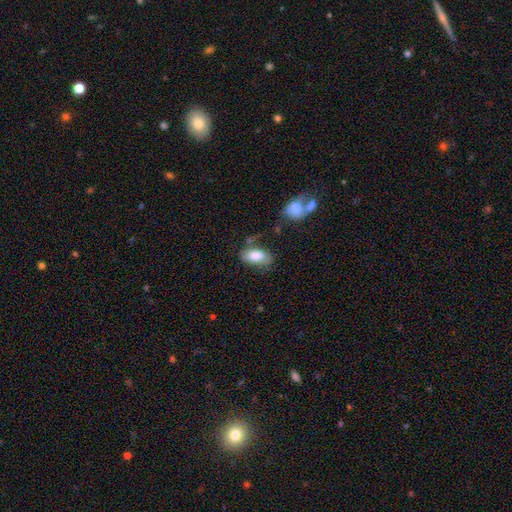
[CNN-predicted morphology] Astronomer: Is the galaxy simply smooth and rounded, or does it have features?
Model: smooth — 82%.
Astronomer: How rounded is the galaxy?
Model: in between — 92%.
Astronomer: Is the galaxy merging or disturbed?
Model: none — 57%.